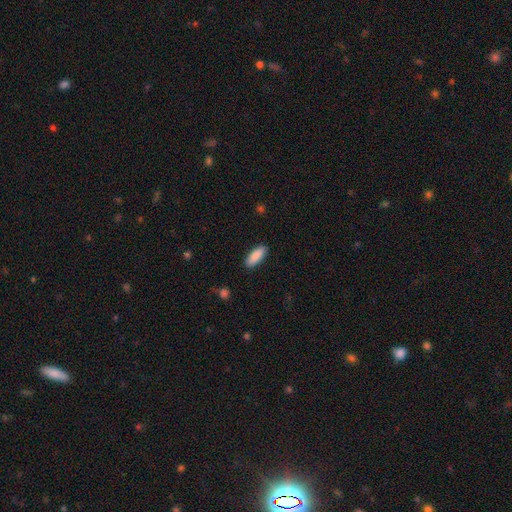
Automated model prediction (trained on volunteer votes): Overall: smooth (89%). How rounded: in between (72%). Merging: none (88%).